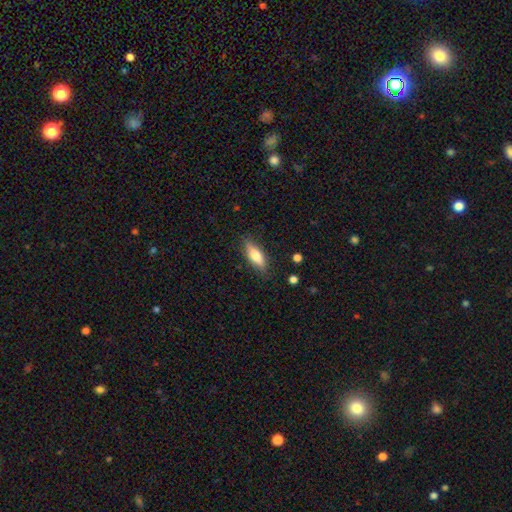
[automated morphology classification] This is likely a smooth galaxy (69%). How rounded: possibly in between (59%). Merging: clearly none (82%).